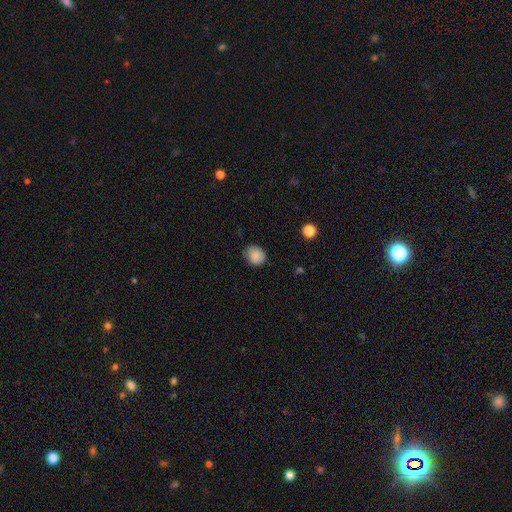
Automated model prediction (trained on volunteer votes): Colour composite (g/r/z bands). It shows a smooth galaxy with no disk features (86%) that is round (67%). Merging: none (74%).